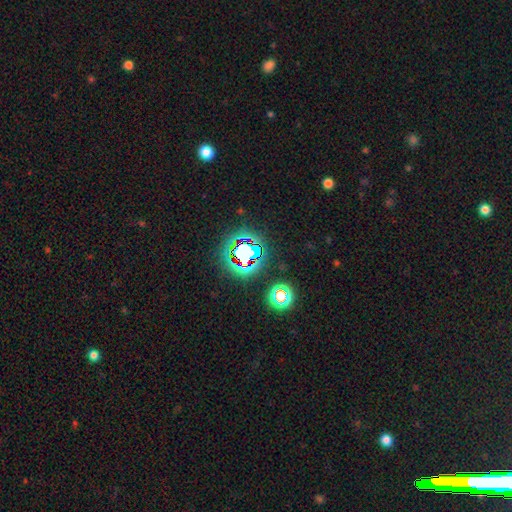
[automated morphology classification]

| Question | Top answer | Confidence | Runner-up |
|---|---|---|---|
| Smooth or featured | star or artifact | 78% | smooth (13%) |